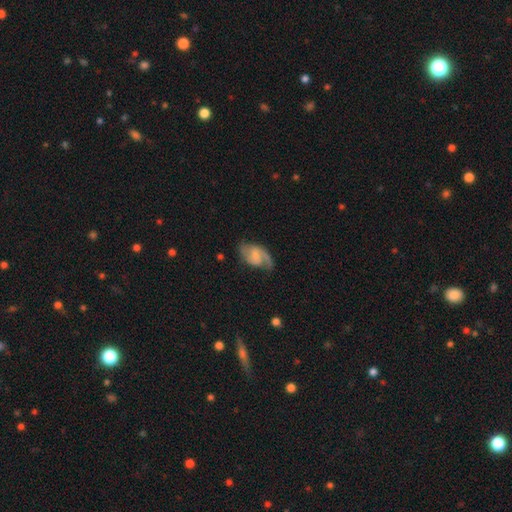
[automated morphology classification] The model was most divided on "bulge size": none: 40%, small: 32%, moderate: 21%, large: 6%, dominant: 2%. Remaining: edge-on disk — no (97%); spiral arms — yes (94%); spiral arm count — 2 (83%); smooth or featured — featured or disk (76%); merging — none (69%); bar — weak (49%); spiral winding — medium (48%).